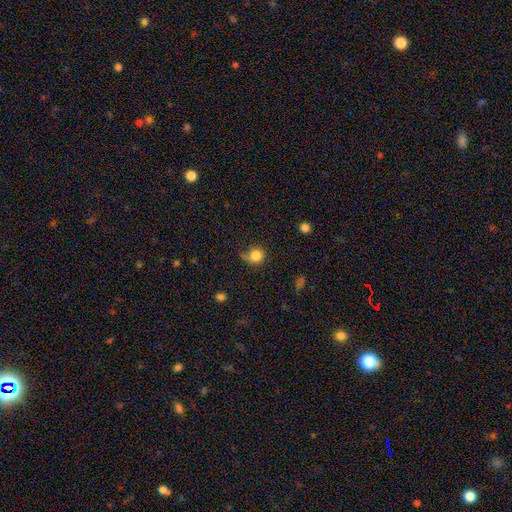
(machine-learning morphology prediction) smooth-or-featured: smooth: 81% | star or artifact: 10% | featured or disk: 9%
  how-rounded: round: 83% | in between: 16% | cigar-shaped: 1%
  merging: none: 50% | minor disturbance: 30% | major disturbance: 16% | merger: 4%